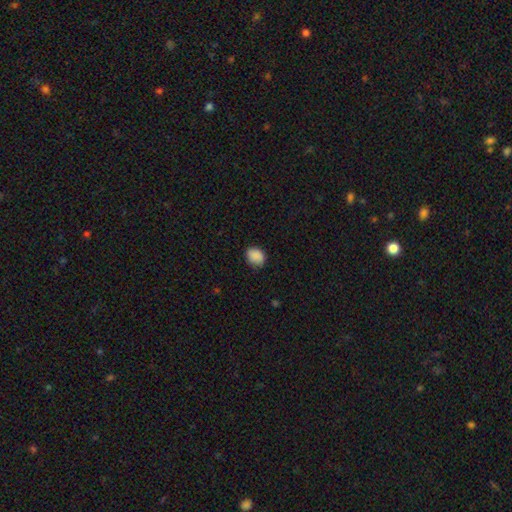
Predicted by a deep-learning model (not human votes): smooth_or_featured: smooth (p=0.88) [alt: star or artifact p=0.08]
how_rounded: round (p=0.50) [alt: in between p=0.49]
merging: none (p=0.79) [alt: minor disturbance p=0.16]